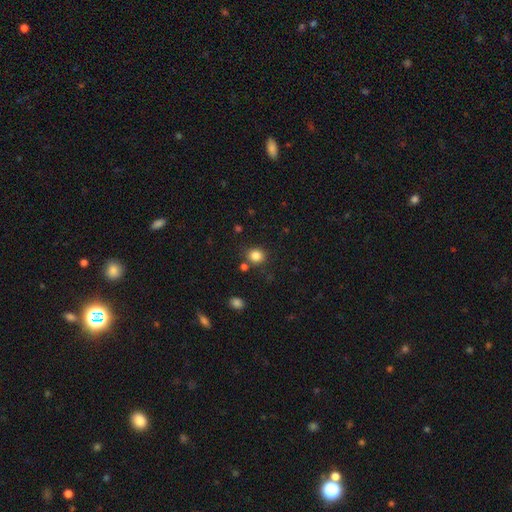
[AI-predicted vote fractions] Smooth or featured?
  - smooth: 84% *
  - star or artifact: 12%
  - featured or disk: 5%
How rounded?
  - round: 80% *
  - in between: 19%
  - cigar-shaped: 1%
Merging?
  - none: 80% *
  - minor disturbance: 10%
  - merger: 7%
  - major disturbance: 3%